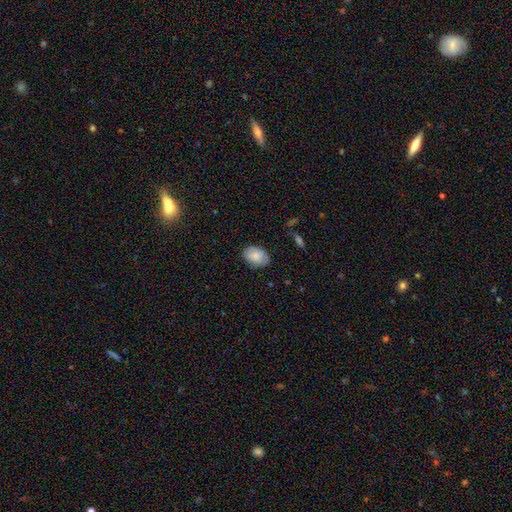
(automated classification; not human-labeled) A smooth galaxy with no disk features (82%) that is in between round and cigar-shaped (85%).

Vote fractions:
- Smooth or featured? smooth: 82% / featured or disk: 11% / star or artifact: 7%
- How rounded? in between: 85% / round: 14% / cigar-shaped: 1%
- Merging? none: 83% / minor disturbance: 13% / major disturbance: 2% / merger: 1%